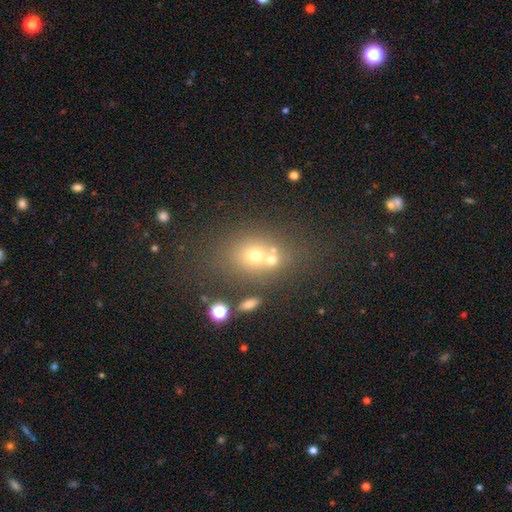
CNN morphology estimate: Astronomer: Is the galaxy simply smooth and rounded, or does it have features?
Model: smooth — 53%.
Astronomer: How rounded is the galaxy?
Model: round — 55% (runner-up: in between, 43%).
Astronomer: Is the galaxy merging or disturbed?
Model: none — 48% (runner-up: merger, 37%).